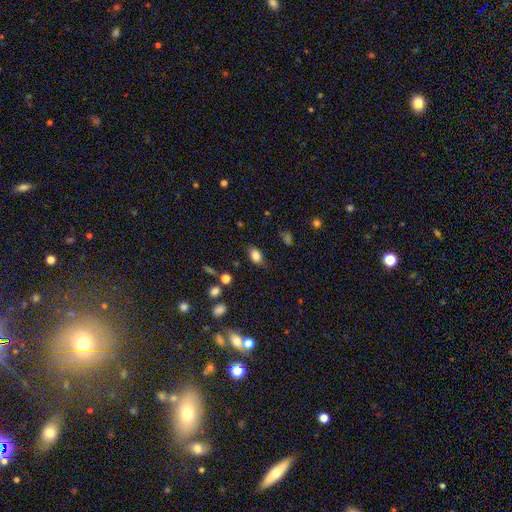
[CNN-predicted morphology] smooth-or-featured: smooth: 83% | star or artifact: 10% | featured or disk: 7%
  how-rounded: in between: 86% | round: 12% | cigar-shaped: 2%
  merging: none: 78% | minor disturbance: 16% | major disturbance: 4% | merger: 2%